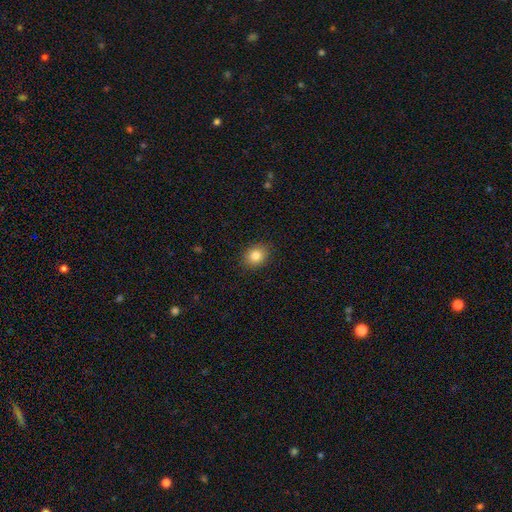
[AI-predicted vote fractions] A smooth galaxy with no disk features (84%) that is round (51%). Merging: none (89%).